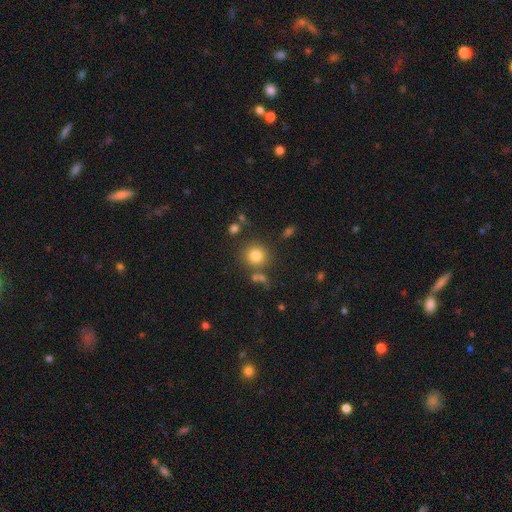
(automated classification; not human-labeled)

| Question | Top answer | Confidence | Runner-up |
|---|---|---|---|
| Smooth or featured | smooth | 80% | star or artifact (13%) |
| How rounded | round | 91% | in between (8%) |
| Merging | none | 78% | minor disturbance (9%) |